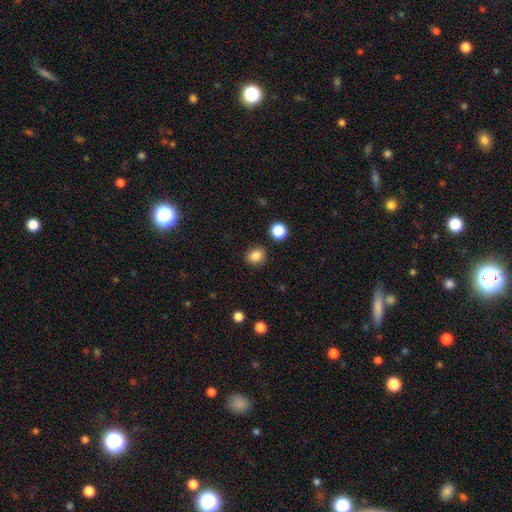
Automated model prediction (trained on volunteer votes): smooth_or_featured: smooth (p=0.85) [alt: star or artifact p=0.11]
how_rounded: round (p=0.76) [alt: in between p=0.23]
merging: none (p=0.89) [alt: minor disturbance p=0.07]